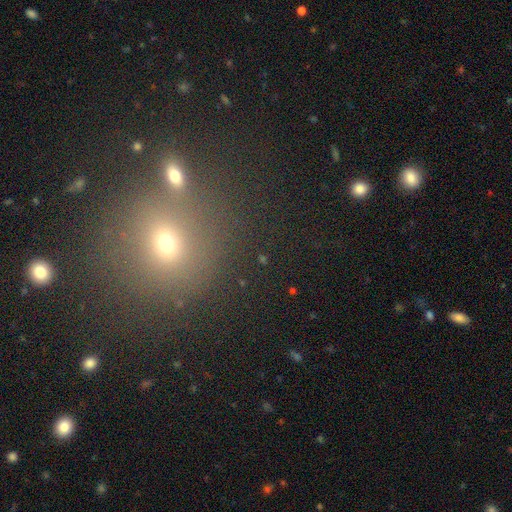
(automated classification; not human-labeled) Smooth or featured?
  - smooth: 51% *
  - star or artifact: 39%
  - featured or disk: 10%
How rounded?
  - round: 87% *
  - in between: 12%
  - cigar-shaped: 1%
Merging?
  - none: 79% *
  - minor disturbance: 9%
  - merger: 8%
  - major disturbance: 4%